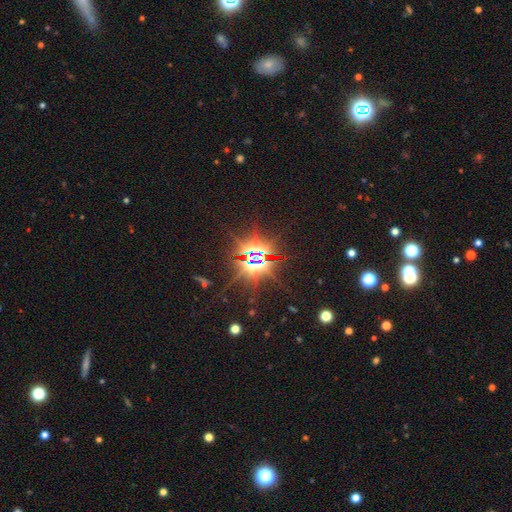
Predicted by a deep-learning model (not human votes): Smooth or featured? Predicted: star or artifact (p=0.85).